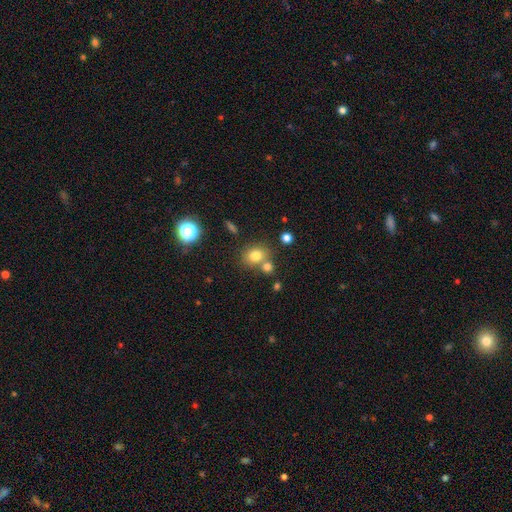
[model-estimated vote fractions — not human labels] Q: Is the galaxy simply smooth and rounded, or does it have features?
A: smooth — 75%.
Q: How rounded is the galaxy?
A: round — 66%.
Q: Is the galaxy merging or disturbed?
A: none — 62%.